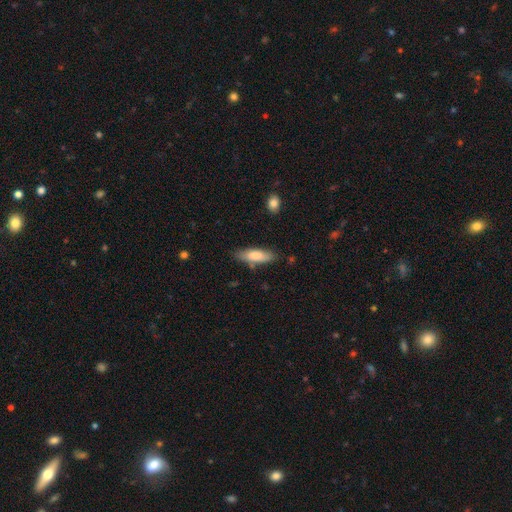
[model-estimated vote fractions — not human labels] A smooth galaxy with no disk features (79%) that is in between round and cigar-shaped (56%). Merging: none (74%).